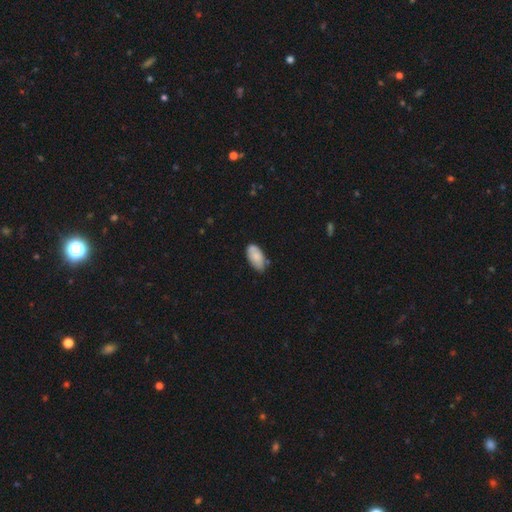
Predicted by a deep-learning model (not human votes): Morphology: type=smooth (79%); roundness=in between (94%); merging=none (65%).